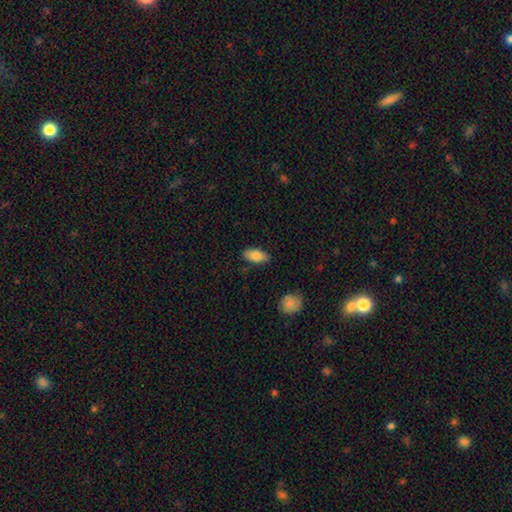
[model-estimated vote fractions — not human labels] smooth-or-featured: smooth: 85% | featured or disk: 8% | star or artifact: 7%
  how-rounded: in between: 89% | cigar-shaped: 8% | round: 3%
  merging: none: 86% | minor disturbance: 11% | major disturbance: 2% | merger: 1%